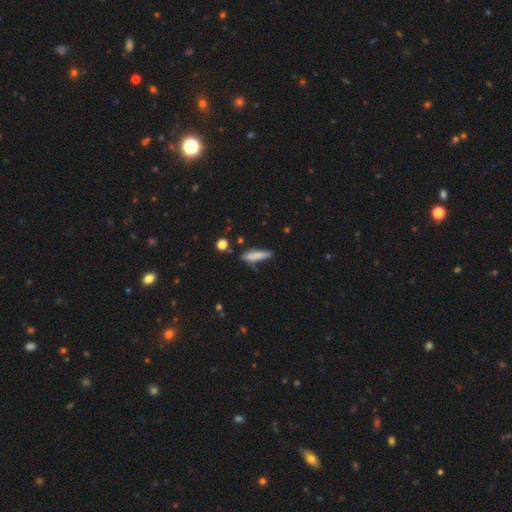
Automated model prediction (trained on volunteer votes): Overall: smooth (76%). How rounded: cigar-shaped (82%). Merging: none (70%).